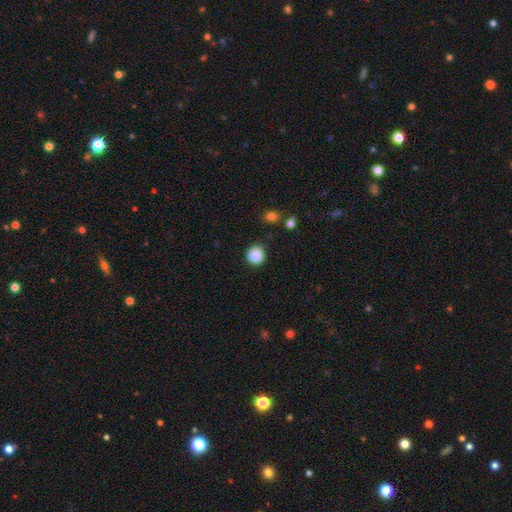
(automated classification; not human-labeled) smooth-or-featured: smooth: 87% | star or artifact: 10% | featured or disk: 4%
  how-rounded: round: 90% | in between: 9% | cigar-shaped: 1%
  merging: none: 80% | minor disturbance: 14% | major disturbance: 3% | merger: 2%